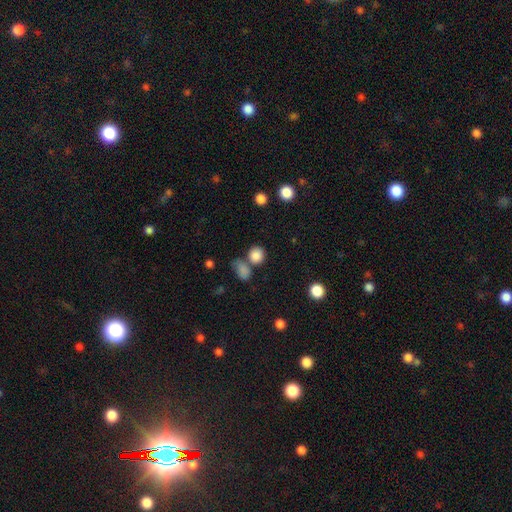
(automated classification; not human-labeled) Smooth or featured?
  - smooth: 84% *
  - star or artifact: 11%
  - featured or disk: 5%
How rounded?
  - round: 85% *
  - in between: 14%
  - cigar-shaped: 1%
Merging?
  - none: 61% *
  - merger: 24%
  - minor disturbance: 11%
  - major disturbance: 4%